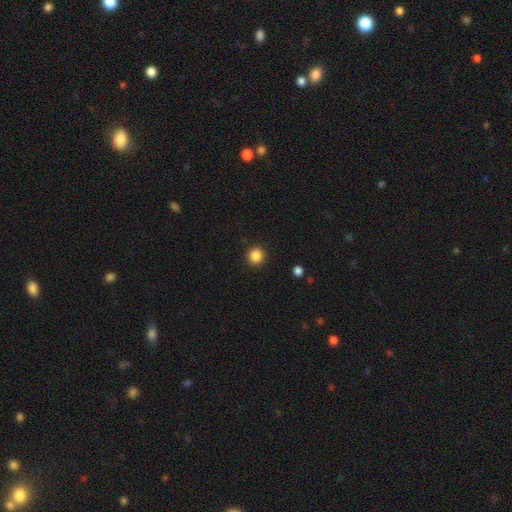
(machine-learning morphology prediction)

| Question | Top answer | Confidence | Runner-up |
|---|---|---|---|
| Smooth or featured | smooth | 87% | star or artifact (10%) |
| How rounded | round | 94% | in between (5%) |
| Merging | none | 93% | minor disturbance (5%) |